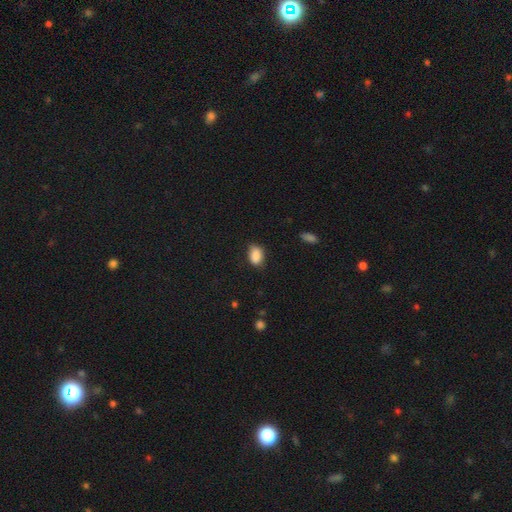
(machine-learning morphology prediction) smooth 88%, star or artifact 8%, featured or disk 4%. Down the decision tree: how rounded — in between (86%); merging — none (77%).